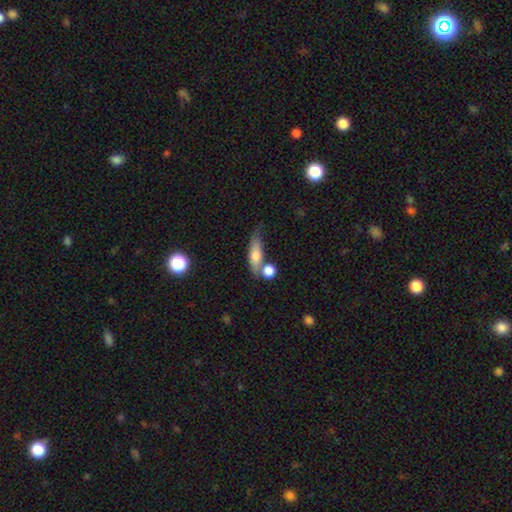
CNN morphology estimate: A smooth galaxy with no disk features (66%) that is cigar-shaped (48%). Merging: none (48%).